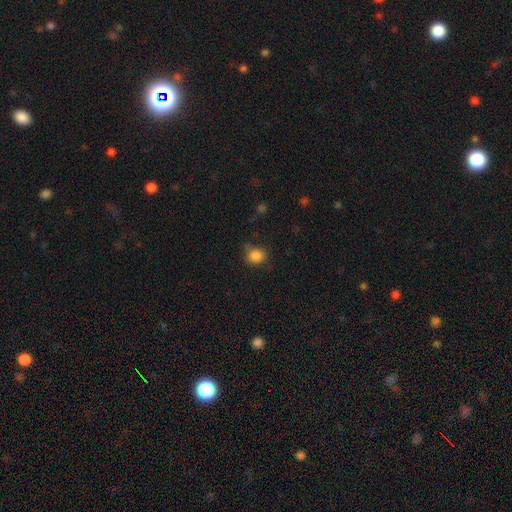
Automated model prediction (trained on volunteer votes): Smooth or featured?
  - smooth: 85% *
  - star or artifact: 11%
  - featured or disk: 4%
How rounded?
  - round: 80% *
  - in between: 19%
  - cigar-shaped: 1%
Merging?
  - none: 72% *
  - minor disturbance: 21%
  - major disturbance: 5%
  - merger: 2%